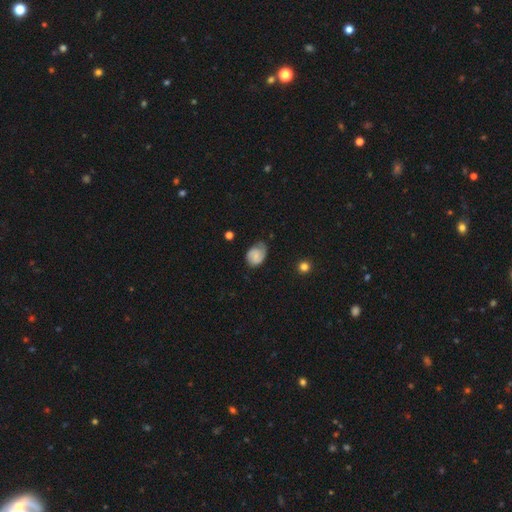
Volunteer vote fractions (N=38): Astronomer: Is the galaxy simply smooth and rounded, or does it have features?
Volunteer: featured or disk — 53% (runner-up: smooth, 39%).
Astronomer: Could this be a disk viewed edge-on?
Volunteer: no — 95%.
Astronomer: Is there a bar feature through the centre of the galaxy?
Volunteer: weak — 58% (runner-up: no, 42%).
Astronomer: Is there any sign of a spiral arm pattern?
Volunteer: yes — 89%.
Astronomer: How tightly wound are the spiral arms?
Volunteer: medium — 65%.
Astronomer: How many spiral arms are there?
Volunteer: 2 — 82%.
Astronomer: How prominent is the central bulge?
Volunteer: small — 68%.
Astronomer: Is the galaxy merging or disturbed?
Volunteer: none — 60%.